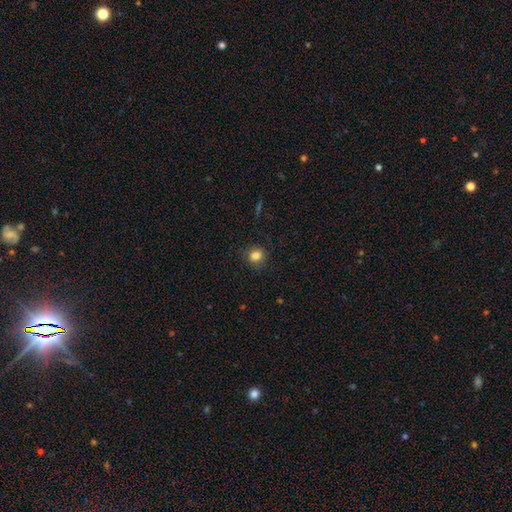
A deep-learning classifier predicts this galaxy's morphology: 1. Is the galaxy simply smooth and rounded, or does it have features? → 84% smooth, 11% star or artifact, 5% featured or disk.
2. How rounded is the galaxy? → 71% round, 28% in between, 1% cigar-shaped.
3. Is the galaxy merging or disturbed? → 84% none, 12% minor disturbance, 3% major disturbance, 1% merger.